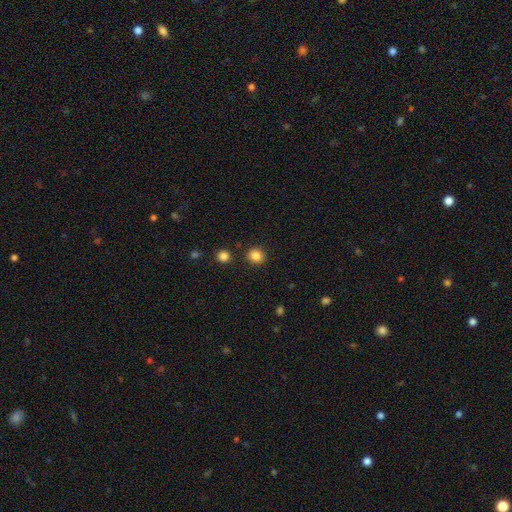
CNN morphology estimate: Smooth or featured? Predicted: smooth (p=0.85). How rounded? Predicted: round (p=0.83). Merging? Predicted: none (p=0.88).